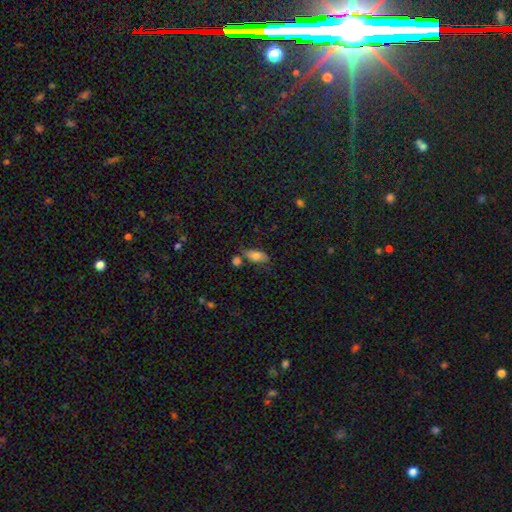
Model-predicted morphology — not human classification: Smooth or featured?
  - smooth: 75% *
  - featured or disk: 17%
  - star or artifact: 8%
How rounded?
  - in between: 85% *
  - cigar-shaped: 12%
  - round: 4%
Merging?
  - none: 58% *
  - minor disturbance: 23%
  - merger: 12%
  - major disturbance: 7%